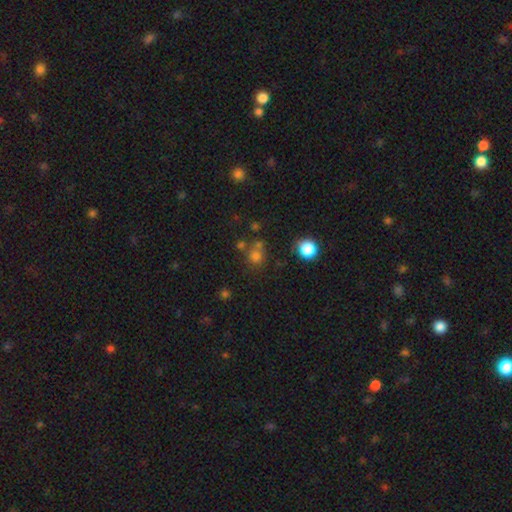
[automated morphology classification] Smooth or featured: smooth — 69% (star or artifact — 22%)
How rounded: round — 82% (in between — 17%)
Merging: none — 58% (merger — 23%)